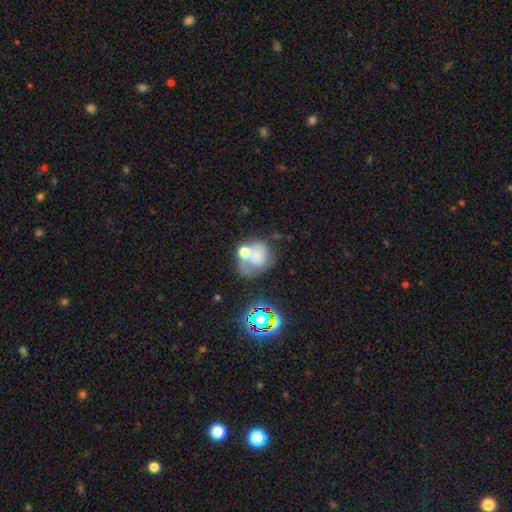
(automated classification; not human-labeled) A smooth galaxy with no disk features (51%) that is round (64%).

Vote fractions:
- Smooth or featured? smooth: 51% / featured or disk: 31% / star or artifact: 18%
- How rounded? round: 64% / in between: 35% / cigar-shaped: 1%
- Merging? merger: 34% / none: 30% / major disturbance: 19% / minor disturbance: 18%